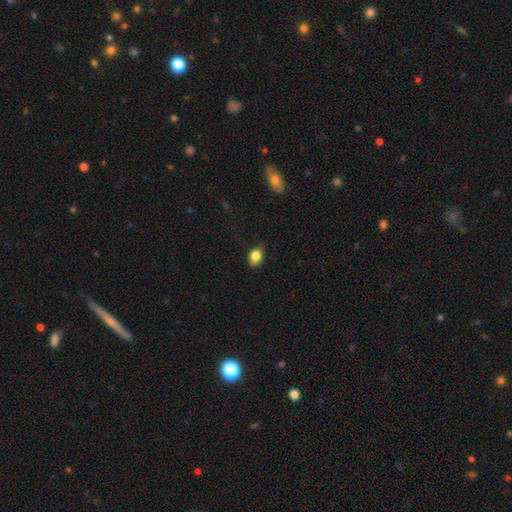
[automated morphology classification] Smooth or featured: smooth — 84% (star or artifact — 9%)
How rounded: in between — 70% (round — 29%)
Merging: none — 72% (minor disturbance — 23%)